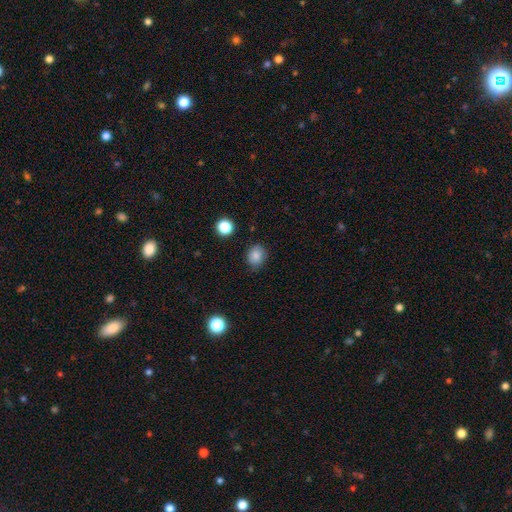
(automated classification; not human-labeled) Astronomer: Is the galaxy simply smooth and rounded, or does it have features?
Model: smooth — 82%.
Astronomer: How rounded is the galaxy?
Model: round — 65%.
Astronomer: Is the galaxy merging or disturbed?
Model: none — 80%.